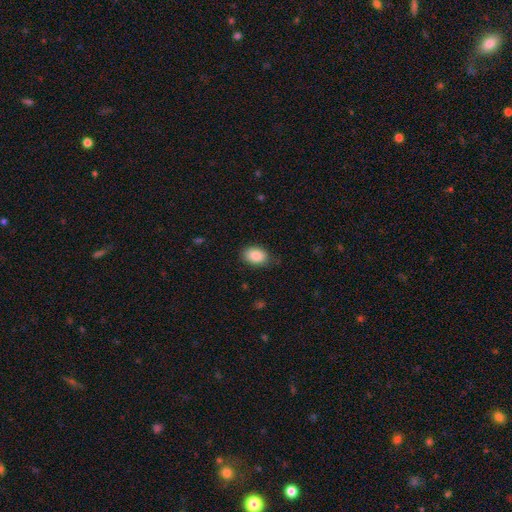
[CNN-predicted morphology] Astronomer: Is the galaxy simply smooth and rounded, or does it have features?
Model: smooth — 87%.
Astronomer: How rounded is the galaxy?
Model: in between — 81%.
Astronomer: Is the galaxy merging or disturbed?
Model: none — 78%.